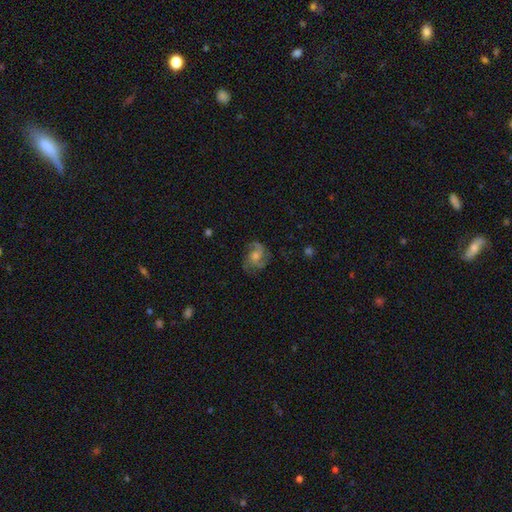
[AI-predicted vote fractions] This appears to be a featured or disk galaxy (71%) with no bar (63%), 3 (36%) medium (51%) spiral arms (92%) and a moderate central bulge (56%). Merging: none (69%).